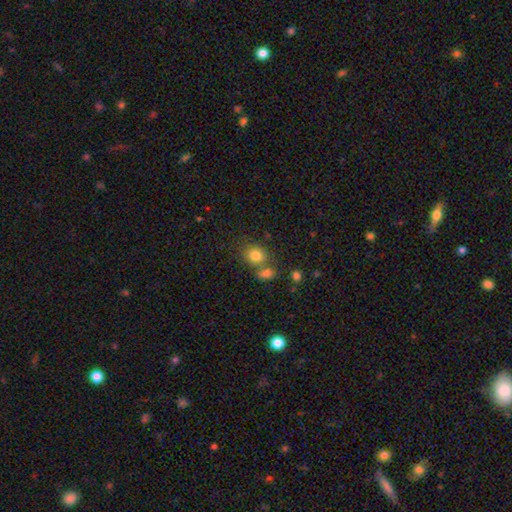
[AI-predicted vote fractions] A smooth galaxy with no disk features (81%) that is round (69%). Merging: none (56%).